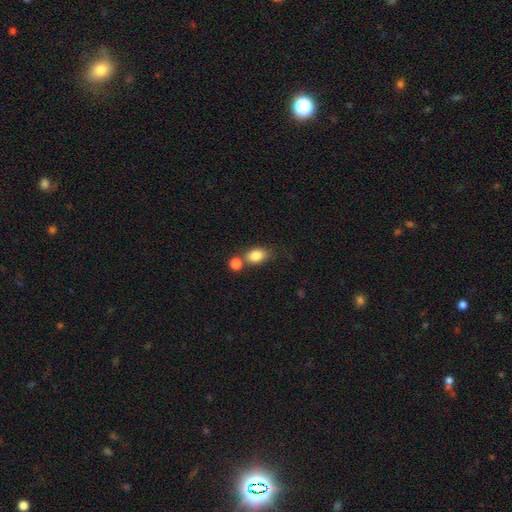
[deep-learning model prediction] This appears to be a smooth galaxy with no disk features (83%) that is in between round and cigar-shaped (73%). Merging: none (53%).